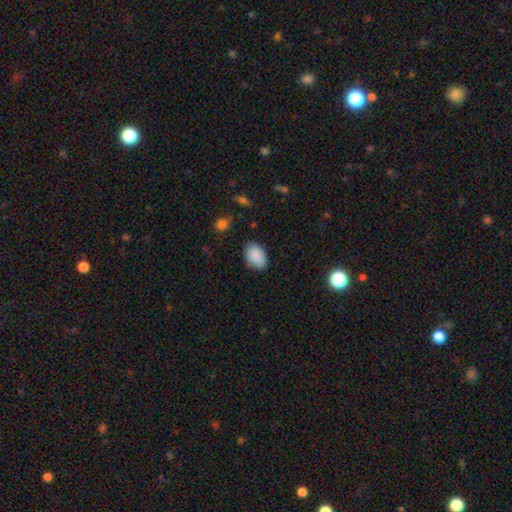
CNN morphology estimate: Smooth or featured?
  - smooth: 89% *
  - star or artifact: 7%
  - featured or disk: 4%
How rounded?
  - in between: 85% *
  - round: 14%
  - cigar-shaped: 1%
Merging?
  - none: 80% *
  - minor disturbance: 16%
  - major disturbance: 3%
  - merger: 1%